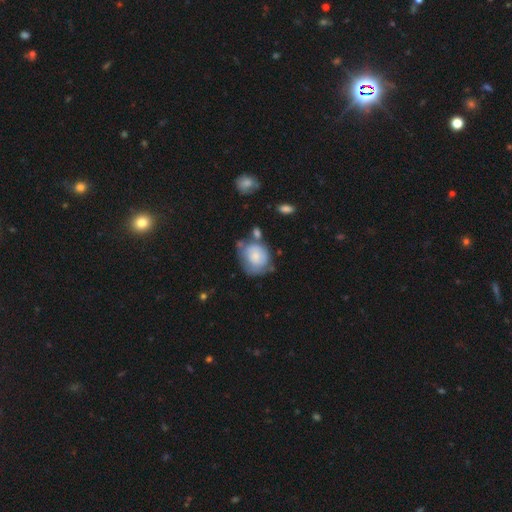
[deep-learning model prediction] Q: Smooth or featured?
A: smooth (65%); runner-up: featured or disk (28%)
Q: How rounded?
A: round (65%); runner-up: in between (34%)
Q: Merging?
A: none (41%); runner-up: minor disturbance (30%)